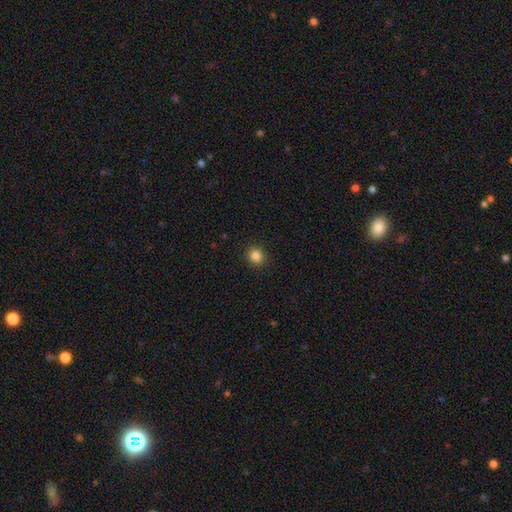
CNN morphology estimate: Smooth or featured? Predicted: smooth (p=0.85). How rounded? Predicted: round (p=0.87). Merging? Predicted: none (p=0.92).